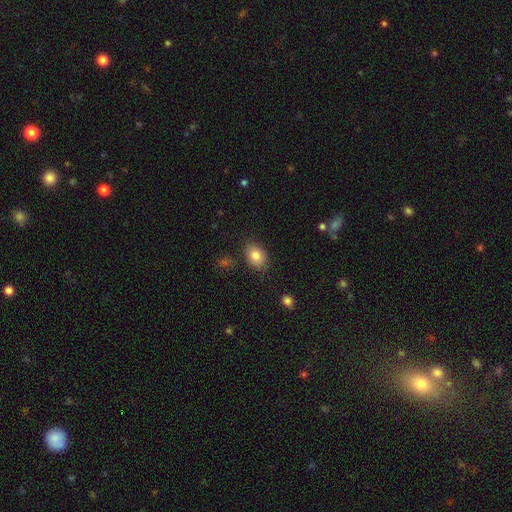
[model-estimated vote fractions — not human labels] A smooth galaxy with no disk features (82%) that is in between round and cigar-shaped (77%). Merging: none (83%).